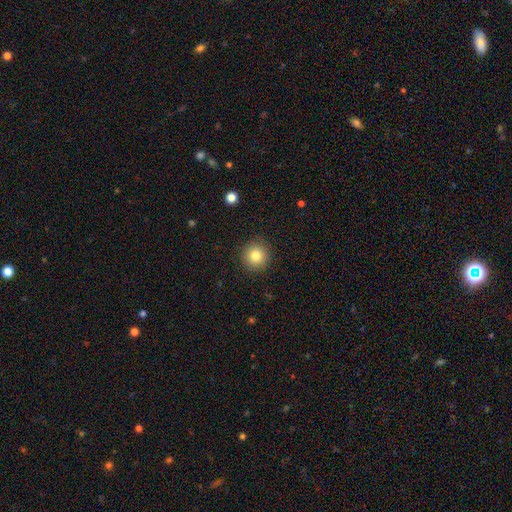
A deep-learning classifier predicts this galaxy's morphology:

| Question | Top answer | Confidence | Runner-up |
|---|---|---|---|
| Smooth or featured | smooth | 82% | star or artifact (11%) |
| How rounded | round | 95% | in between (4%) |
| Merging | none | 91% | minor disturbance (6%) |